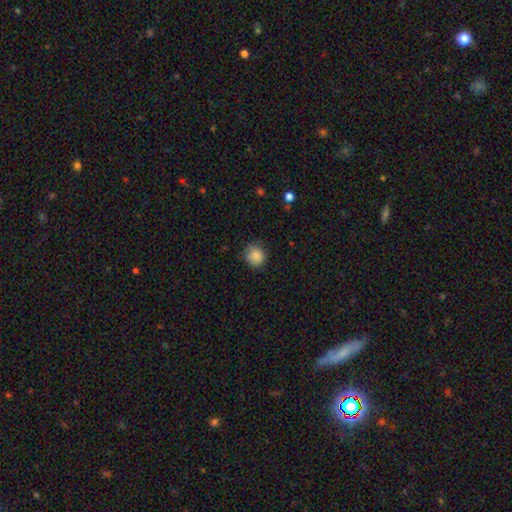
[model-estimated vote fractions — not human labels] Smooth or featured?
  - smooth: 87% *
  - star or artifact: 9%
  - featured or disk: 4%
How rounded?
  - round: 87% *
  - in between: 12%
  - cigar-shaped: 1%
Merging?
  - none: 80% *
  - minor disturbance: 15%
  - major disturbance: 3%
  - merger: 1%